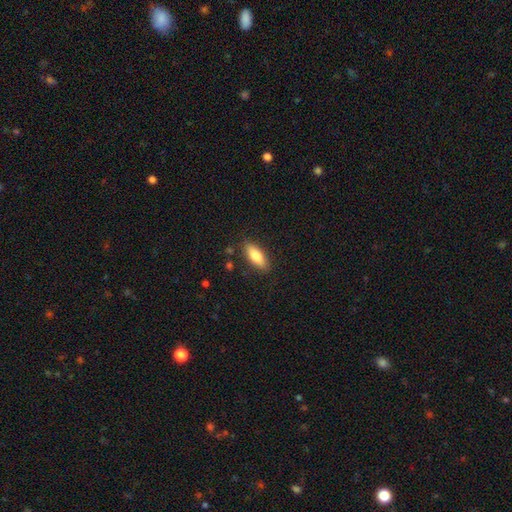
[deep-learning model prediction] Overall: smooth (81%). How rounded: in between (73%). Merging: none (86%).